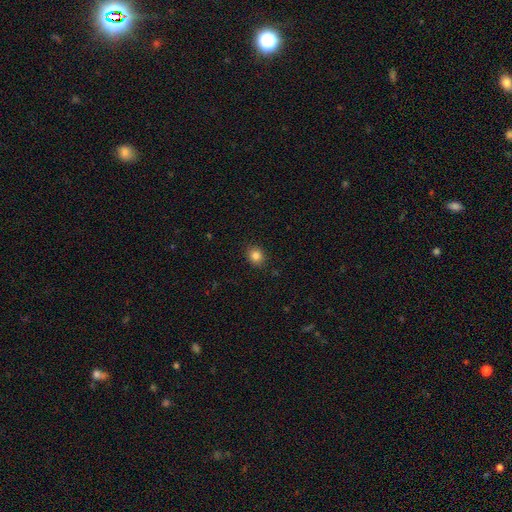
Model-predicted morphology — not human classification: type=smooth (84%); roundness=round (68%); merging=none (89%).